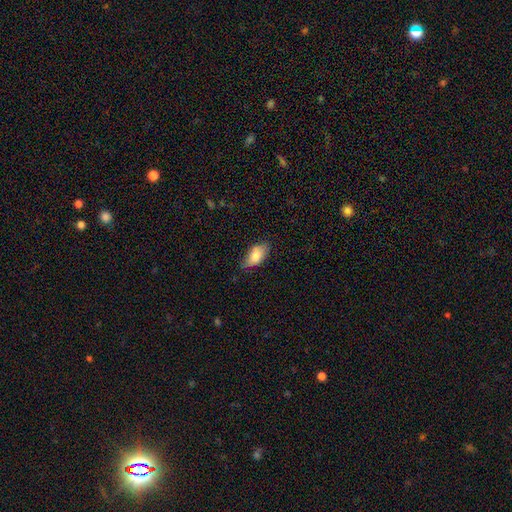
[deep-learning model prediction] Q: Smooth or featured?
A: smooth (79%); runner-up: featured or disk (14%)
Q: How rounded?
A: in between (91%); runner-up: cigar-shaped (6%)
Q: Merging?
A: none (70%); runner-up: minor disturbance (25%)